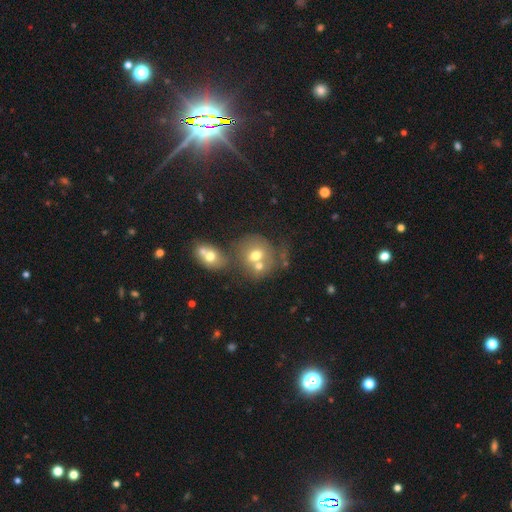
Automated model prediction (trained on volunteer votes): smooth 62%, featured or disk 25%, star or artifact 13%. Down the decision tree: how rounded — round (75%); merging — merger (51%).